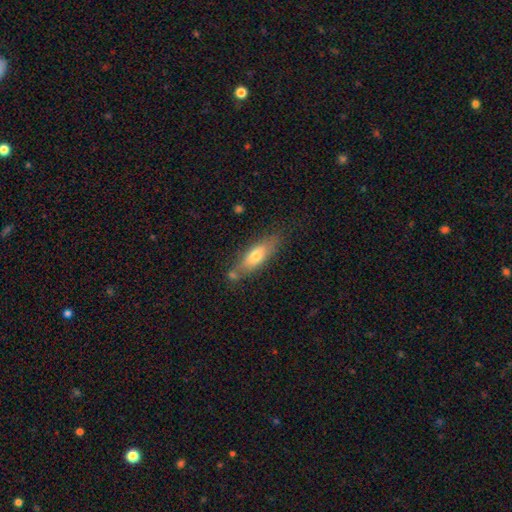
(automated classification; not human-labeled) This is likely a smooth galaxy (65%). How rounded: possibly in between (56%). Merging: likely none (66%).